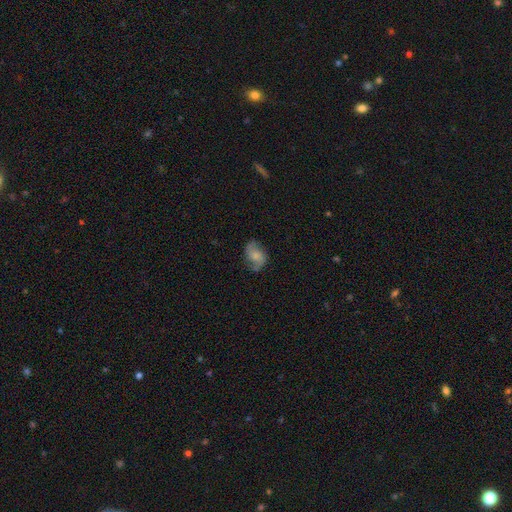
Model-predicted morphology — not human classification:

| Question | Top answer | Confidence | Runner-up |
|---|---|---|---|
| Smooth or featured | featured or disk | 61% | smooth (31%) |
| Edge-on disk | no | 97% | yes (3%) |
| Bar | no | 62% | weak (31%) |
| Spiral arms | yes | 90% | no (10%) |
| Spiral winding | loose | 49% | medium (38%) |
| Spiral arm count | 2 | 88% | can't tell (5%) |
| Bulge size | small | 38% | tied: moderate (38%) |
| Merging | none | 71% | minor disturbance (20%) |